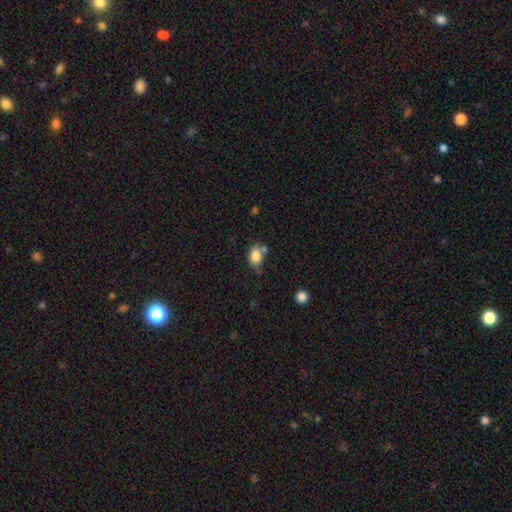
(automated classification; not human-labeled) A smooth galaxy with no disk features (81%) that is in between round and cigar-shaped (67%).

Vote fractions:
- Smooth or featured? smooth: 81% / star or artifact: 9% / featured or disk: 9%
- How rounded? in between: 67% / round: 31% / cigar-shaped: 1%
- Merging? none: 48% / minor disturbance: 25% / merger: 19% / major disturbance: 8%